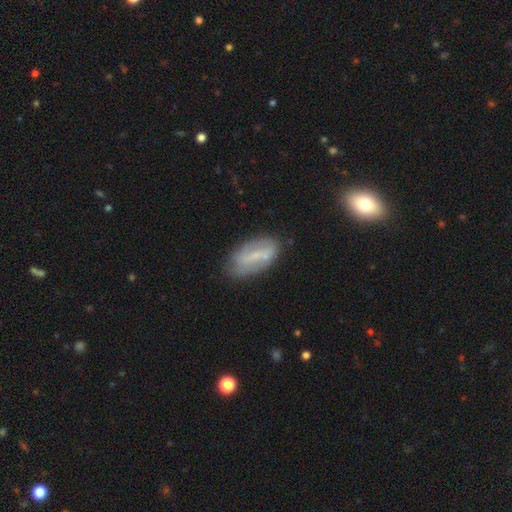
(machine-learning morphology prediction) smooth_or_featured: featured or disk (p=0.55) [alt: smooth p=0.36]
disk_edge_on: no (p=0.88) [alt: yes p=0.12]
merging: none (p=0.75) [alt: minor disturbance p=0.18]